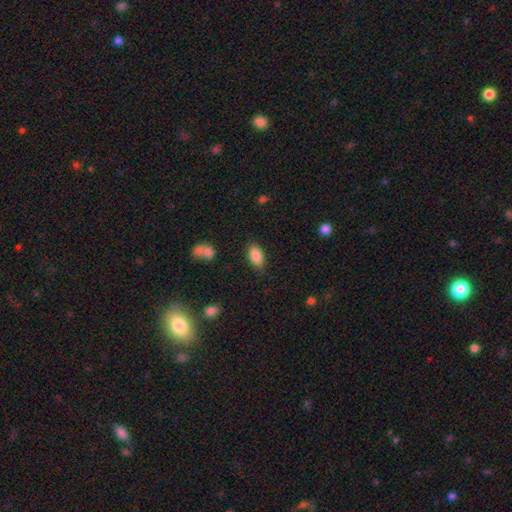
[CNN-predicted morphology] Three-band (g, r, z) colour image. It shows a smooth galaxy with no disk features (86%) that is in between round and cigar-shaped (92%). Merging: none (83%).